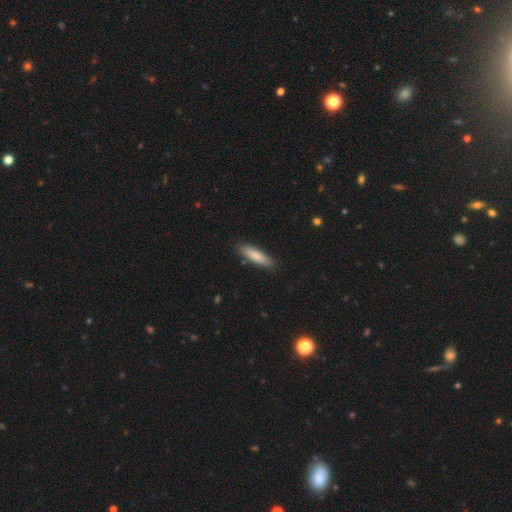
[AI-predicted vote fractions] Smooth or featured? smooth (82%)
How rounded? cigar-shaped (71%)
Merging? none (87%)